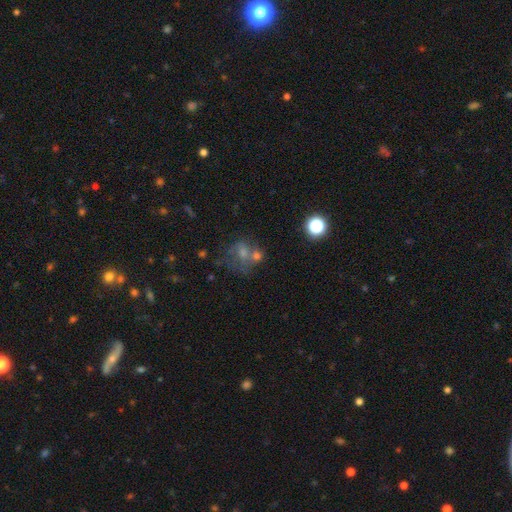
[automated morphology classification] A star or artifact, not a galaxy (41%).

Vote fractions:
- Smooth or featured? star or artifact: 41% / smooth: 37% / featured or disk: 22%